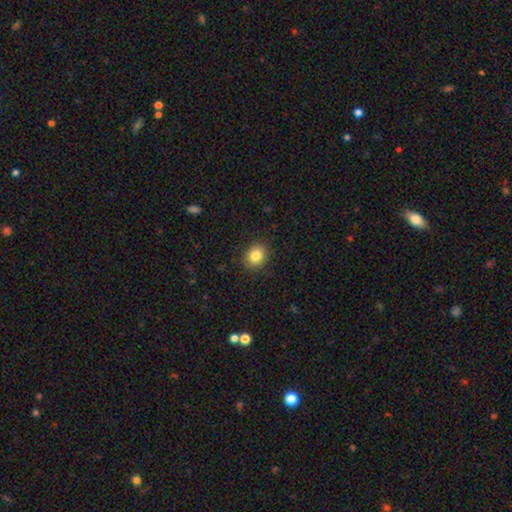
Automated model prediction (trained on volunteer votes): smooth 83%, star or artifact 10%, featured or disk 6%. Down the decision tree: how rounded — round (71%); merging — none (89%).